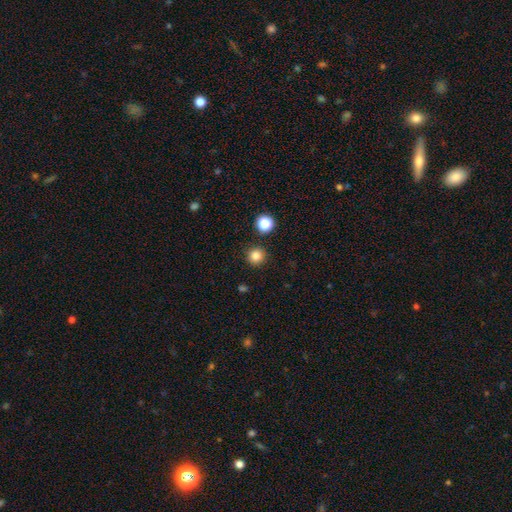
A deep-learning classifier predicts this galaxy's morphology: Smooth or featured? Predicted: smooth (p=0.84). How rounded? Predicted: round (p=0.95). Merging? Predicted: none (p=0.90).